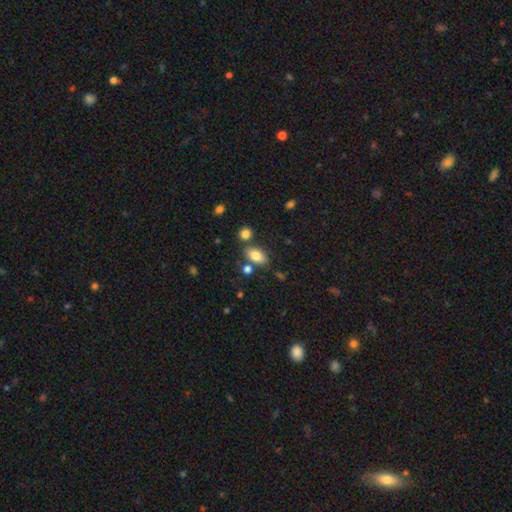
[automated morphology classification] This is clearly a smooth galaxy (82%). How rounded: clearly in between (89%). Merging: likely none (72%).